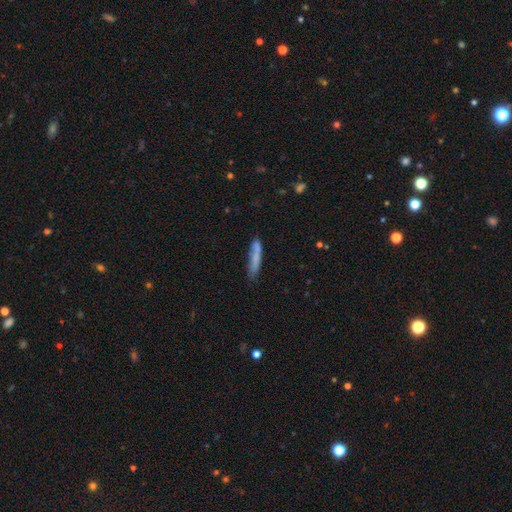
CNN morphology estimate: A smooth galaxy with no disk features (73%) that is cigar-shaped (88%).

Vote fractions:
- Smooth or featured? smooth: 73% / featured or disk: 20% / star or artifact: 7%
- How rounded? cigar-shaped: 88% / in between: 10% / round: 2%
- Merging? none: 66% / minor disturbance: 22% / major disturbance: 6% / merger: 6%